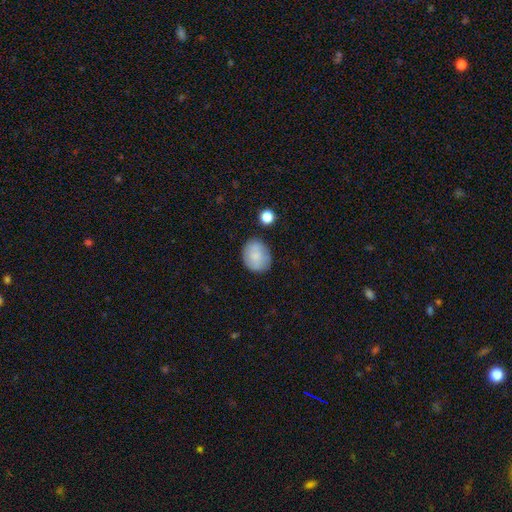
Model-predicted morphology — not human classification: smooth-or-featured: smooth: 80% | featured or disk: 13% | star or artifact: 8%
  how-rounded: round: 58% | in between: 41% | cigar-shaped: 1%
  merging: none: 75% | minor disturbance: 17% | merger: 5% | major disturbance: 4%